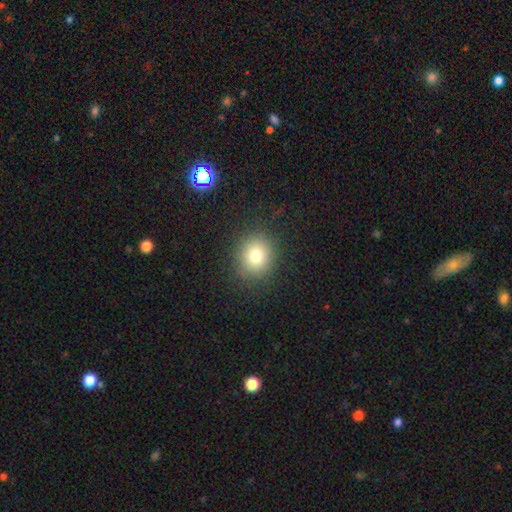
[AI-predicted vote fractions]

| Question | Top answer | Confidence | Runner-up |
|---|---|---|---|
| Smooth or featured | smooth | 78% | star or artifact (13%) |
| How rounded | round | 81% | in between (18%) |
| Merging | none | 88% | minor disturbance (8%) |